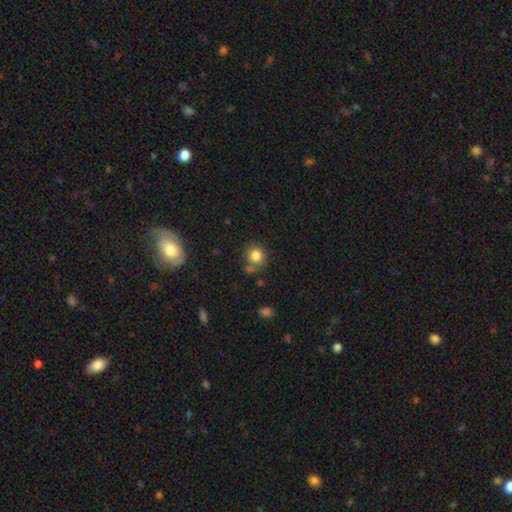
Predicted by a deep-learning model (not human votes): Smooth or featured? Predicted: smooth (p=0.83). How rounded? Predicted: round (p=0.87). Merging? Predicted: none (p=0.68).